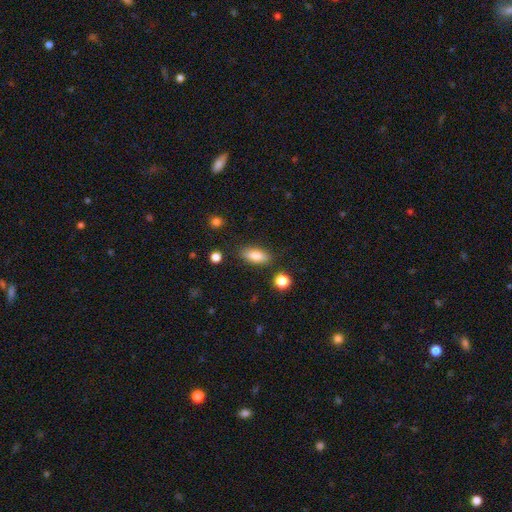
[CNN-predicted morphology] Smooth or featured: smooth — 82% (featured or disk — 11%)
How rounded: in between — 81% (cigar-shaped — 16%)
Merging: none — 84% (minor disturbance — 11%)